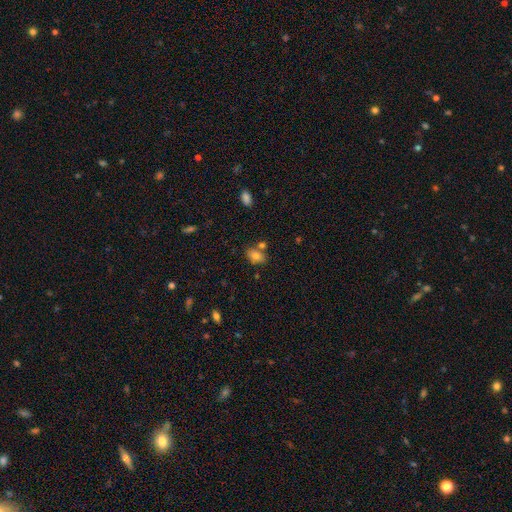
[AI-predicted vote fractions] The model was most divided on "merging": none: 66%, merger: 16%, minor disturbance: 14%, major disturbance: 4%. More confident: how rounded — in between (85%); smooth or featured — smooth (78%).